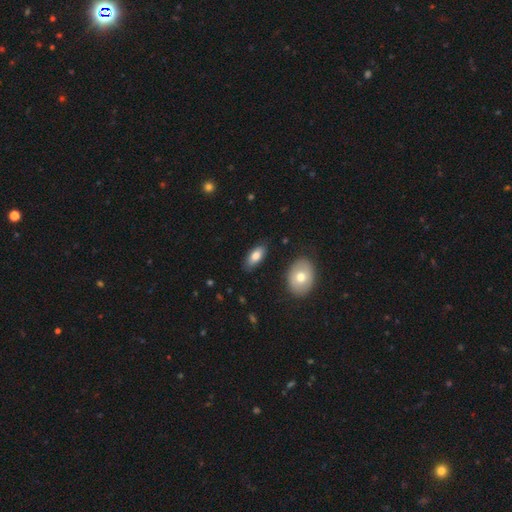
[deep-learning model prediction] Smooth or featured? smooth (76%)
How rounded? in between (88%)
Merging? none (85%)